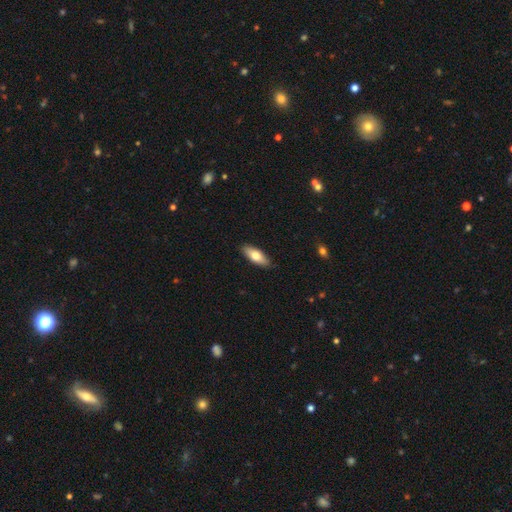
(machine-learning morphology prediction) The model was most divided on "smooth or featured": smooth: 70%, featured or disk: 24%, star or artifact: 6%. More confident: merging — none (88%); how rounded — in between (75%).